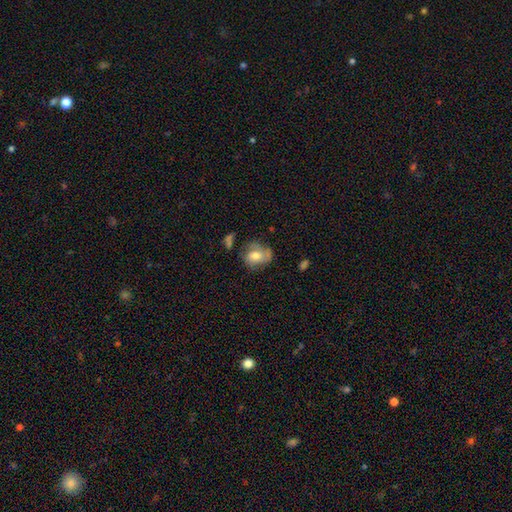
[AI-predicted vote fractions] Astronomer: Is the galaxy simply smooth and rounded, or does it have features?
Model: smooth — 51% (runner-up: featured or disk, 42%).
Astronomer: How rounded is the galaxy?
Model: in between — 52% (runner-up: round, 47%).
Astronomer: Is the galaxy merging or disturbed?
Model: none — 49% (runner-up: minor disturbance, 29%).